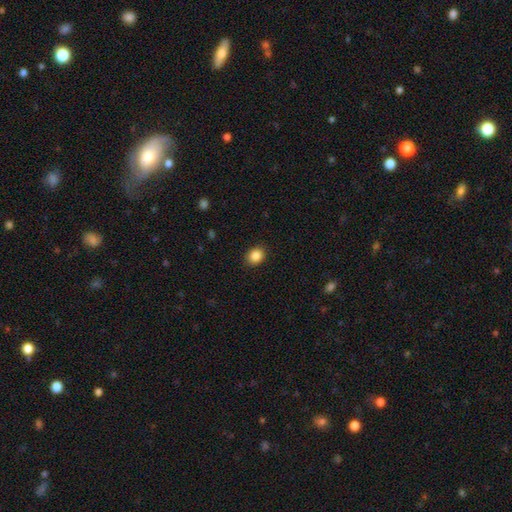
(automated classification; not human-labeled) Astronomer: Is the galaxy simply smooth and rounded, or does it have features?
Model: smooth — 87%.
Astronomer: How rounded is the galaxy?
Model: round — 52% (runner-up: in between, 47%).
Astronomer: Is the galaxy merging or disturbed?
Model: none — 90%.